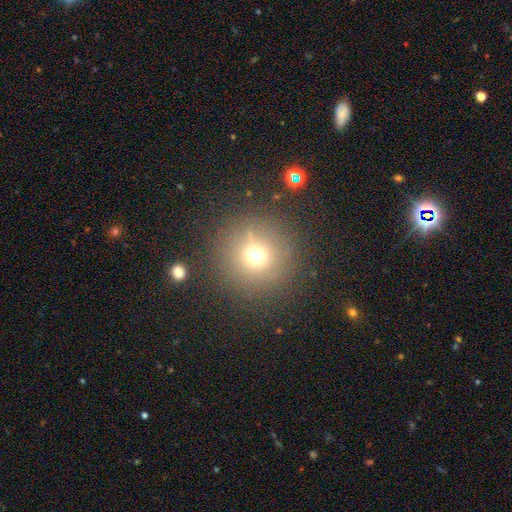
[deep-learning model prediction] Morphology: type=smooth (66%); roundness=round (95%); merging=none (86%).